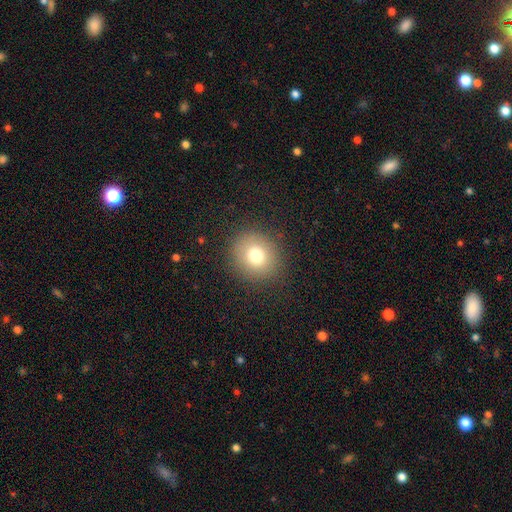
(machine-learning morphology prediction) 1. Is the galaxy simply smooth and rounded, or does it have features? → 76% smooth, 13% star or artifact, 11% featured or disk.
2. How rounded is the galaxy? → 86% round, 13% in between, 1% cigar-shaped.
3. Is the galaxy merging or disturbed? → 88% none, 8% minor disturbance, 4% major disturbance, 1% merger.